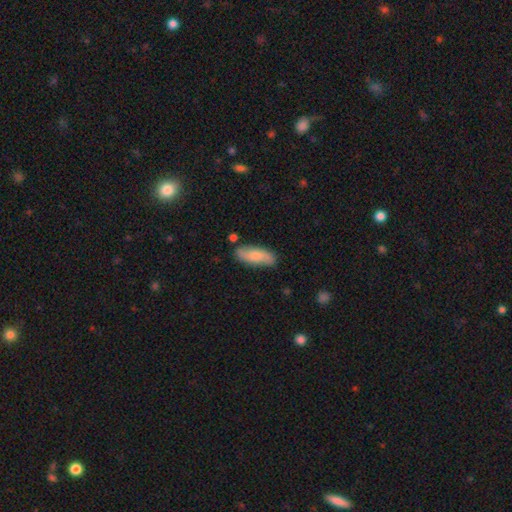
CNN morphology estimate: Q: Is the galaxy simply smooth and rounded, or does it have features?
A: smooth — 67%.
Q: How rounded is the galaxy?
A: in between — 67%.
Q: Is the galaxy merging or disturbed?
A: none — 79%.